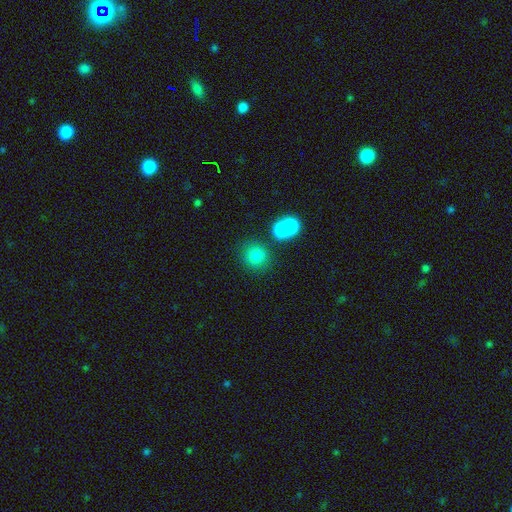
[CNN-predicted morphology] This appears to be a smooth galaxy with no disk features (78%) that is round (86%). Merging: none (71%).